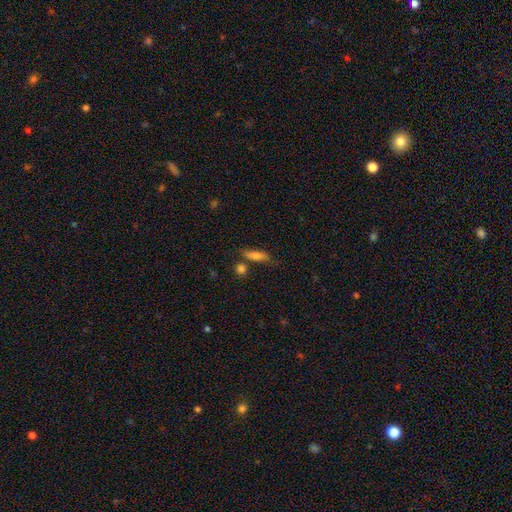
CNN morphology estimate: Smooth or featured? Predicted: smooth (p=0.70). How rounded? Predicted: cigar-shaped (p=0.57). Merging? Predicted: none (p=0.65).